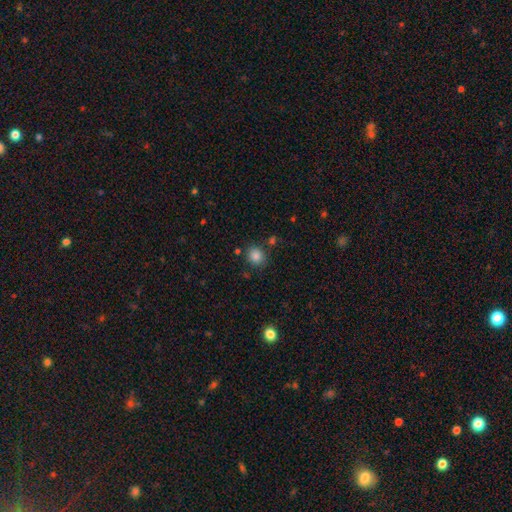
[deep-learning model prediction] Smooth or featured? smooth (84%)
How rounded? round (75%)
Merging? none (81%)